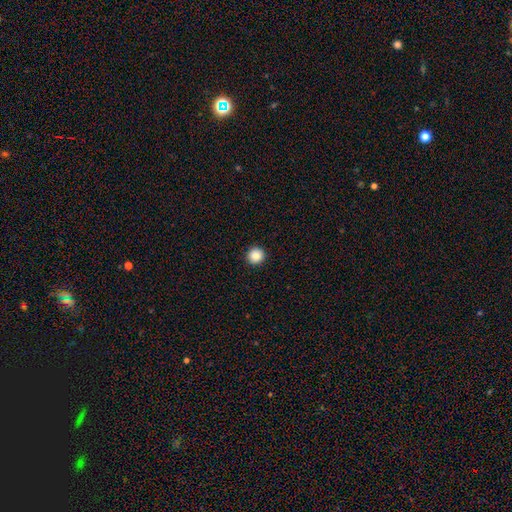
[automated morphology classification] Smooth or featured? Predicted: smooth (p=0.87). How rounded? Predicted: round (p=0.95). Merging? Predicted: none (p=0.93).